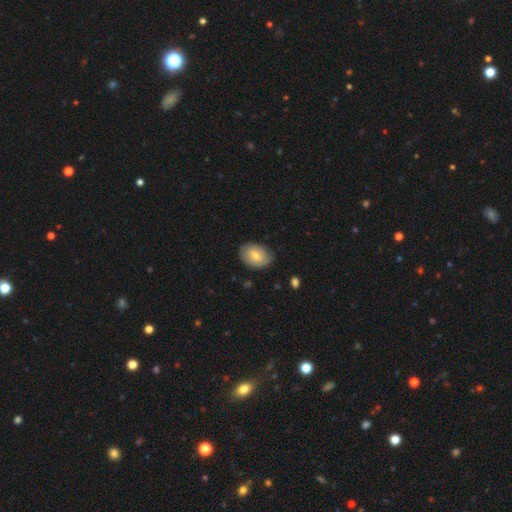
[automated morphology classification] Smooth or featured?
  - smooth: 72% *
  - featured or disk: 22%
  - star or artifact: 6%
How rounded?
  - in between: 81% *
  - round: 18%
  - cigar-shaped: 1%
Merging?
  - none: 80% *
  - minor disturbance: 16%
  - major disturbance: 3%
  - merger: 1%